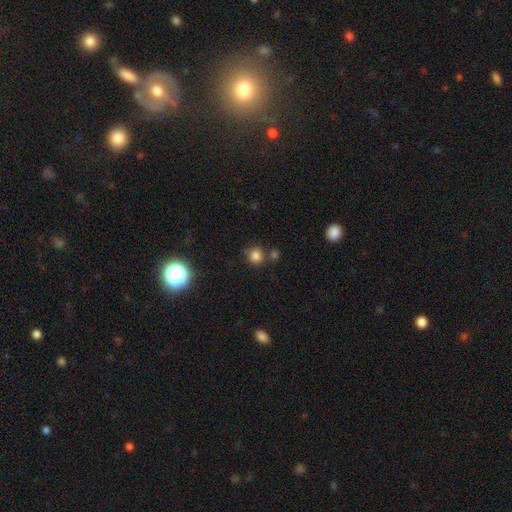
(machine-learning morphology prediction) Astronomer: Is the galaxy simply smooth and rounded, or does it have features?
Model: smooth — 82%.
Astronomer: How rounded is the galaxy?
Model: round — 86%.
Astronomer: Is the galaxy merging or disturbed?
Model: none — 70%.